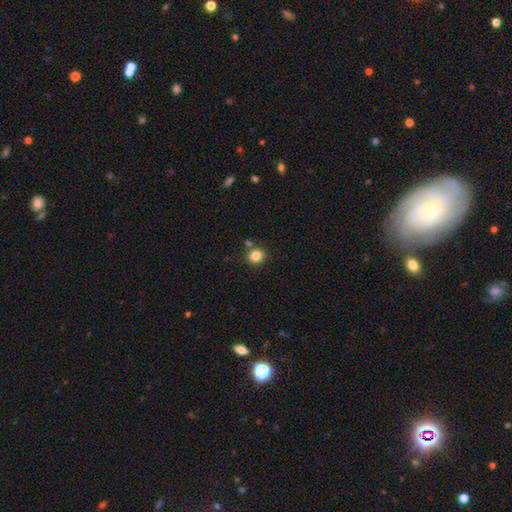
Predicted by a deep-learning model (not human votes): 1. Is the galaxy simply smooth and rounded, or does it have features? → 84% smooth, 11% star or artifact, 5% featured or disk.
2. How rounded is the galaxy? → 80% round, 19% in between, 1% cigar-shaped.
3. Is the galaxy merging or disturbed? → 78% none, 9% minor disturbance, 9% merger, 3% major disturbance.